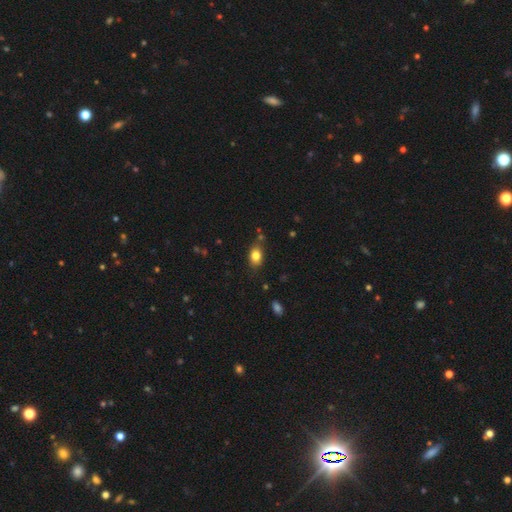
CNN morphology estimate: A smooth galaxy with no disk features (82%) that is in between round and cigar-shaped (76%). Merging: none (77%).